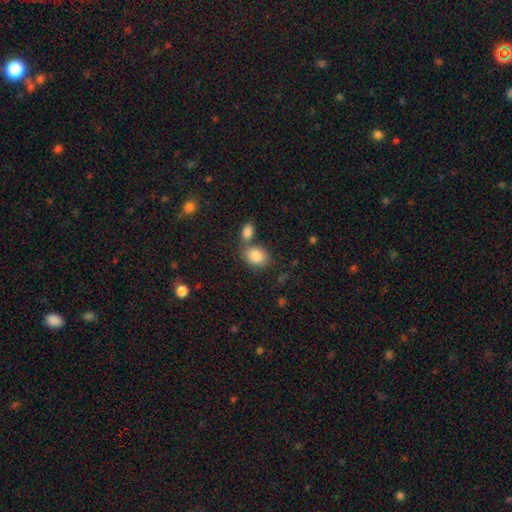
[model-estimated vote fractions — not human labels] Smooth or featured? Predicted: smooth (p=0.86). How rounded? Predicted: in between (p=0.67). Merging? Predicted: none (p=0.55).